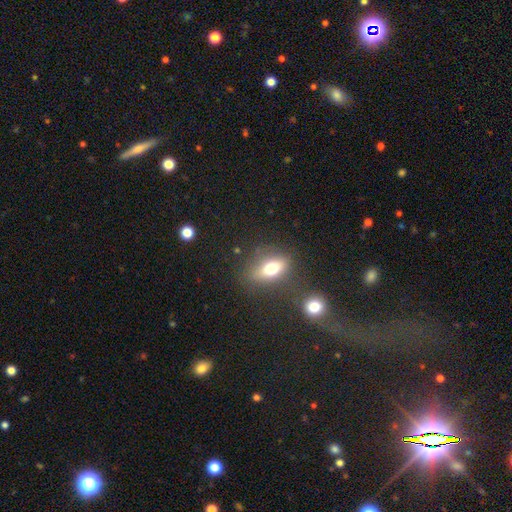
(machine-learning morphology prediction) A smooth galaxy with no disk features (53%) that is in between round and cigar-shaped (69%). Merging: none (61%).